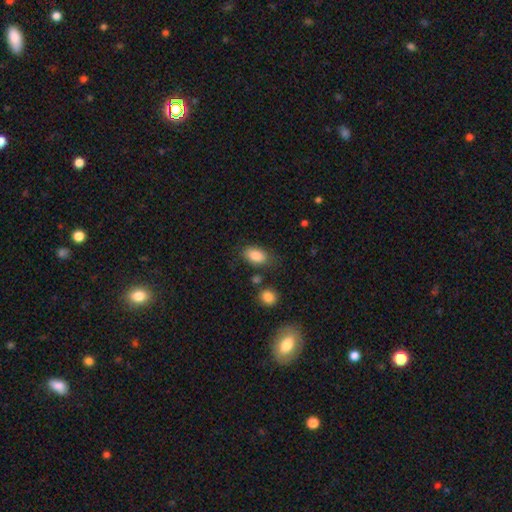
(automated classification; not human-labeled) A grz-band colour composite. It shows a smooth galaxy with no disk features (86%) that is in between round and cigar-shaped (90%). Merging: none (75%).